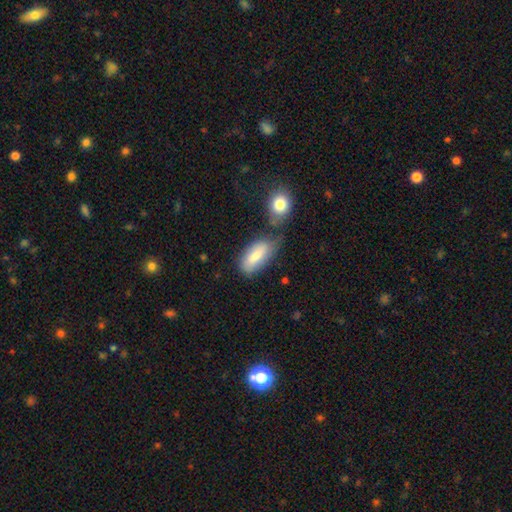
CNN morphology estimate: Smooth or featured: smooth — 78% (featured or disk — 15%)
How rounded: in between — 87% (cigar-shaped — 11%)
Merging: none — 47% (merger — 23%)